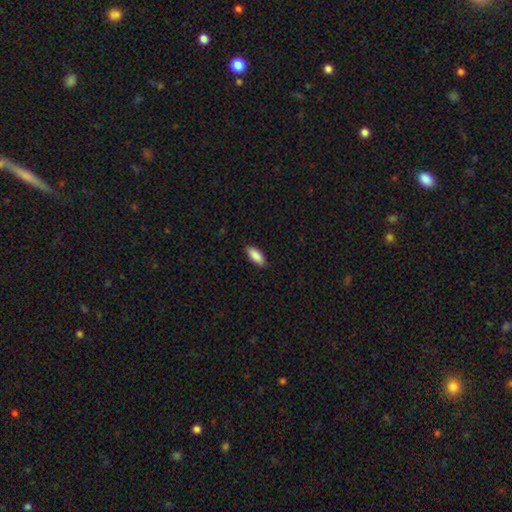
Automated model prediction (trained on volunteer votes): Morphology: type=smooth (89%); roundness=in between (80%); merging=none (87%).